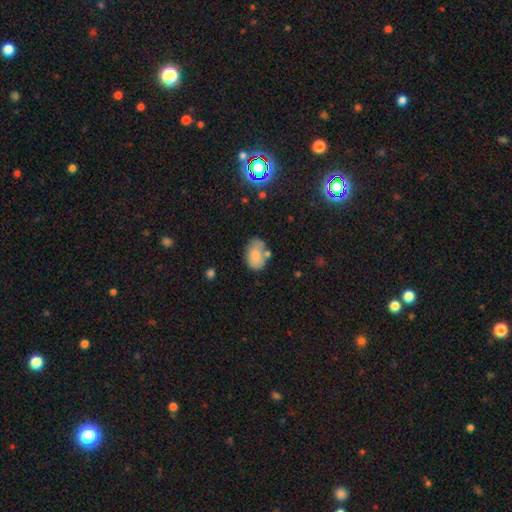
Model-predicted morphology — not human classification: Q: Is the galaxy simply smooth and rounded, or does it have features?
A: smooth — 78%.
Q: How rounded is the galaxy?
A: in between — 85%.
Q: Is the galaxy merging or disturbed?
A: none — 56%.